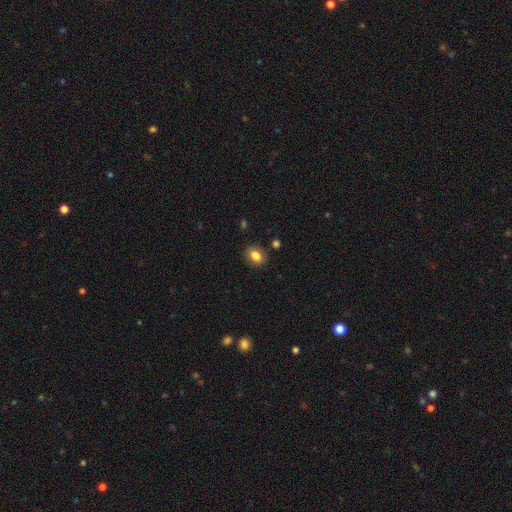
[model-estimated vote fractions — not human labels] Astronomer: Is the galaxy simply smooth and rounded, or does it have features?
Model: smooth — 84%.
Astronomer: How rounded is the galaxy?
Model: in between — 59% (runner-up: round, 40%).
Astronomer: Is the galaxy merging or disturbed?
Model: none — 87%.